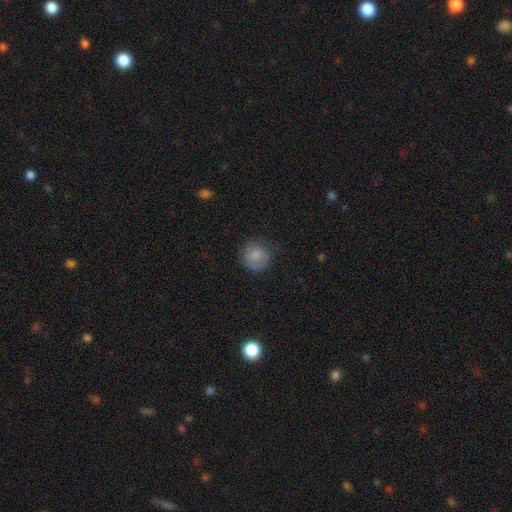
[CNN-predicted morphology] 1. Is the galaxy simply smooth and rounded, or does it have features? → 77% smooth, 15% featured or disk, 8% star or artifact.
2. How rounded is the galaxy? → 89% round, 10% in between, 1% cigar-shaped.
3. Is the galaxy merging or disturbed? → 66% none, 23% minor disturbance, 10% major disturbance, 2% merger.